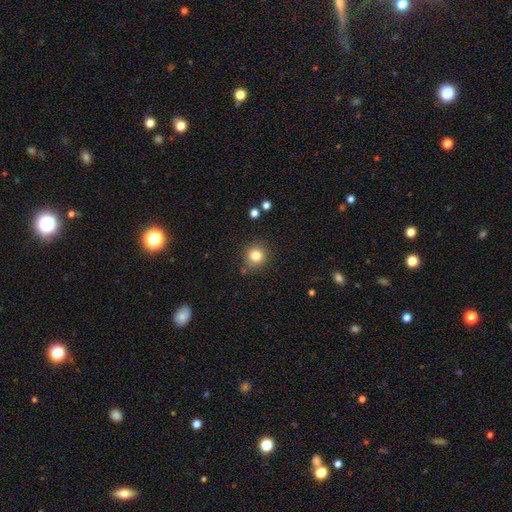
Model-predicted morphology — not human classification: smooth-or-featured: smooth: 81% | star or artifact: 12% | featured or disk: 7%
  how-rounded: round: 91% | in between: 8% | cigar-shaped: 1%
  merging: none: 84% | minor disturbance: 10% | merger: 4% | major disturbance: 3%